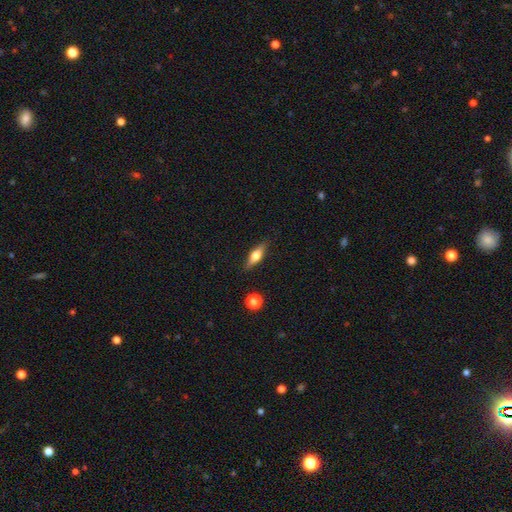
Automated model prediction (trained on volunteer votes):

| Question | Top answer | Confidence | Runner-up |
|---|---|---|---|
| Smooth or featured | smooth | 53% | featured or disk (39%) |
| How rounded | in between | 50% | cigar-shaped (45%) |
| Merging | none | 85% | minor disturbance (11%) |